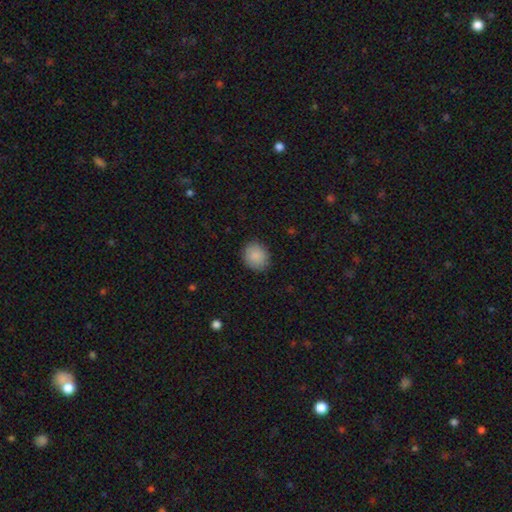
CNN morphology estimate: smooth 88%, star or artifact 7%, featured or disk 4%. Down the decision tree: how rounded — round (70%); merging — none (87%).